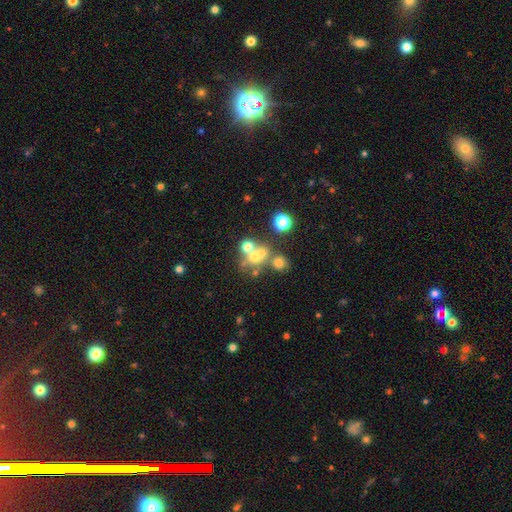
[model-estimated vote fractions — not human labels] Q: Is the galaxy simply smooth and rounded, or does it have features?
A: smooth — 54%.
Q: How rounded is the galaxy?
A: round — 75%.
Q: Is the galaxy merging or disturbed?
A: merger — 43%.